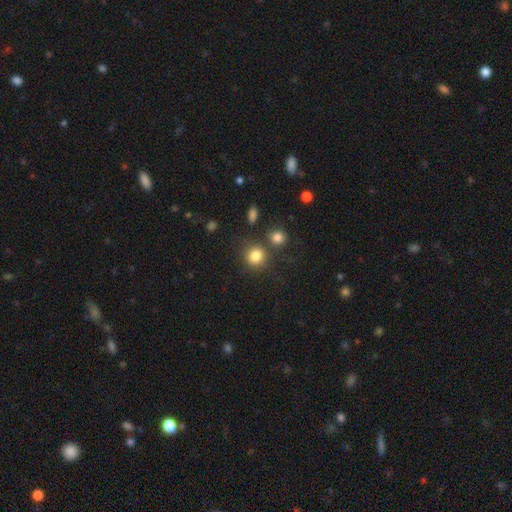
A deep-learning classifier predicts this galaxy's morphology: smooth-or-featured: smooth: 83% | star or artifact: 11% | featured or disk: 6%
  how-rounded: round: 85% | in between: 14% | cigar-shaped: 1%
  merging: none: 73% | merger: 12% | minor disturbance: 10% | major disturbance: 4%